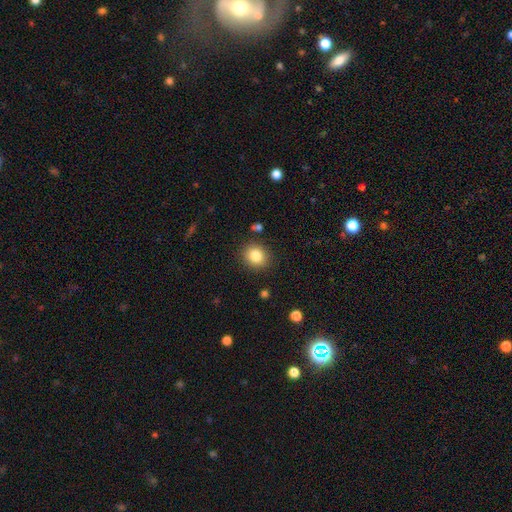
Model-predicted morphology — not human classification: Smooth or featured? Predicted: smooth (p=0.83). How rounded? Predicted: round (p=0.75). Merging? Predicted: none (p=0.87).